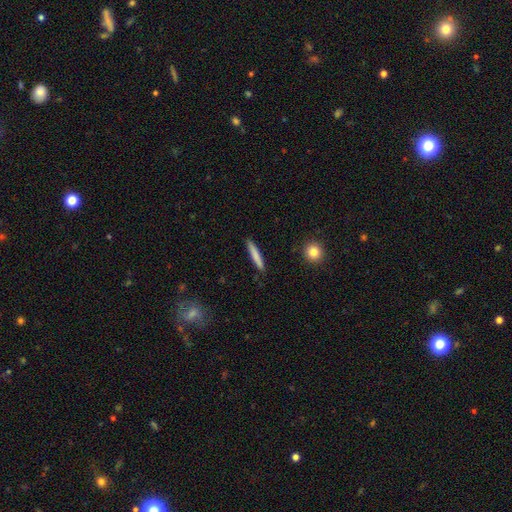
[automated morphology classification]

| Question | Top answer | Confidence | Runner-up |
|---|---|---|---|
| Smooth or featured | smooth | 78% | featured or disk (16%) |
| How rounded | cigar-shaped | 94% | in between (4%) |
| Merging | none | 90% | minor disturbance (7%) |